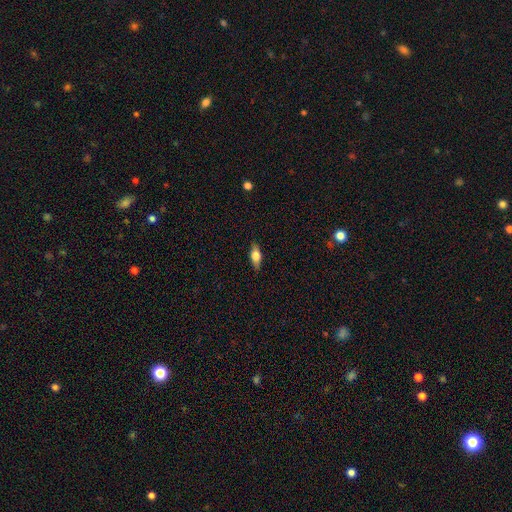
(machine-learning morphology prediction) smooth_or_featured: smooth (p=0.61) [alt: featured or disk p=0.31]
how_rounded: in between (p=0.73) [alt: cigar-shaped p=0.22]
merging: none (p=0.85) [alt: minor disturbance p=0.11]